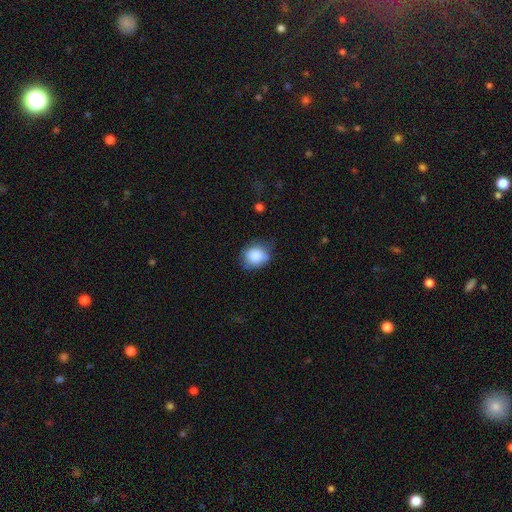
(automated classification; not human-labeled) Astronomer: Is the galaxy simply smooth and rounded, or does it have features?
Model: smooth — 85%.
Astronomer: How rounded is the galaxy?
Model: round — 70%.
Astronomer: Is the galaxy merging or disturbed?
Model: none — 59%.